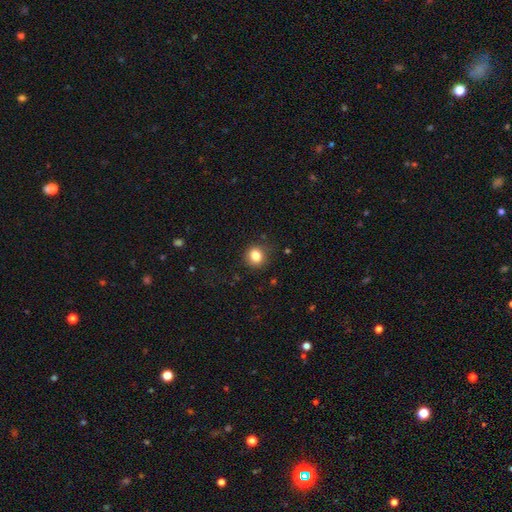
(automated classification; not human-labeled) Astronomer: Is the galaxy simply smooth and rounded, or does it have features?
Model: smooth — 84%.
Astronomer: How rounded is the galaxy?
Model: round — 82%.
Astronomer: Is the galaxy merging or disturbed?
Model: none — 85%.